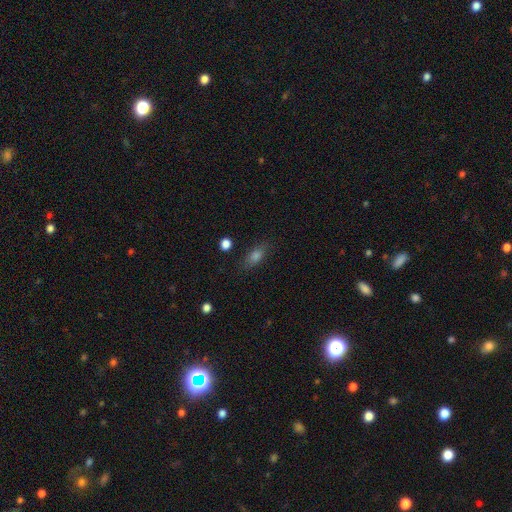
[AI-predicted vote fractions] A smooth galaxy with no disk features (69%) that is in between round and cigar-shaped (70%).

Vote fractions:
- Smooth or featured? smooth: 69% / star or artifact: 16% / featured or disk: 15%
- How rounded? in between: 70% / cigar-shaped: 21% / round: 9%
- Merging? none: 81% / minor disturbance: 13% / major disturbance: 4% / merger: 2%